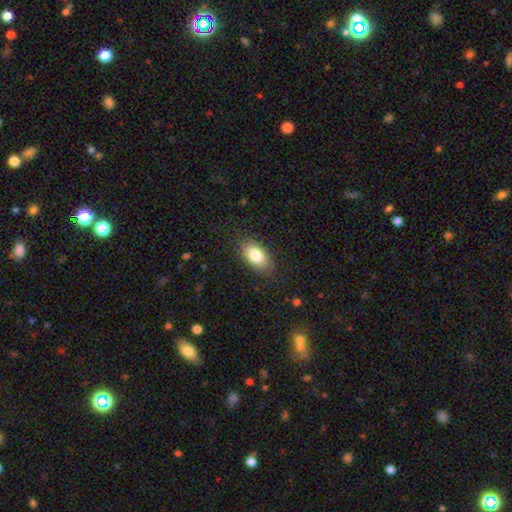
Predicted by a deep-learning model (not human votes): Overall: smooth (82%). How rounded: in between (92%). Merging: none (83%).